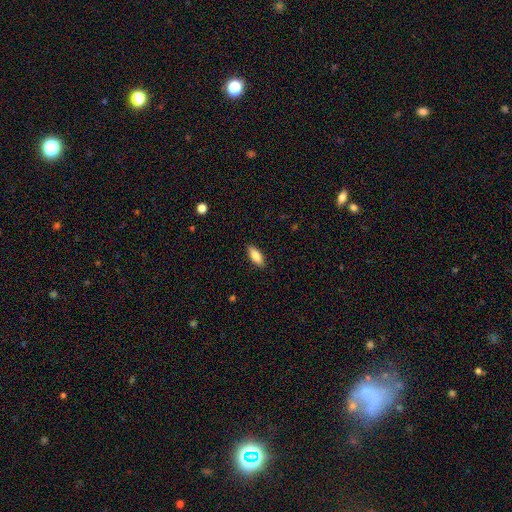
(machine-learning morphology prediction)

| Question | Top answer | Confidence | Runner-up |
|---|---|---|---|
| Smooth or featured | smooth | 84% | featured or disk (10%) |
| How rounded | in between | 76% | cigar-shaped (22%) |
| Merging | none | 89% | minor disturbance (8%) |